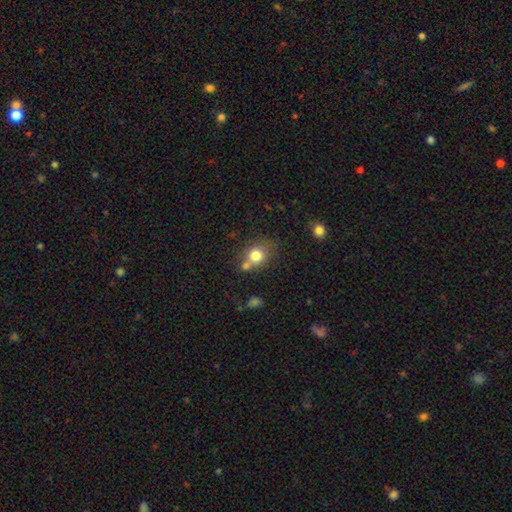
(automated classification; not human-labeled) Morphology: type=smooth (77%); roundness=round (70%); merging=none (46%).